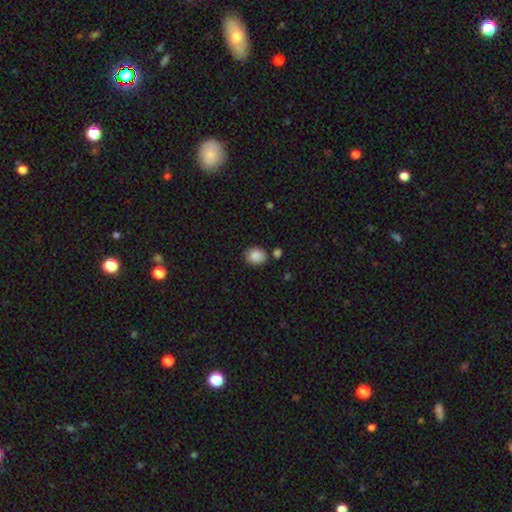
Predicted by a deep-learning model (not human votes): A smooth galaxy with no disk features (88%) that is round (63%). Merging: none (77%).